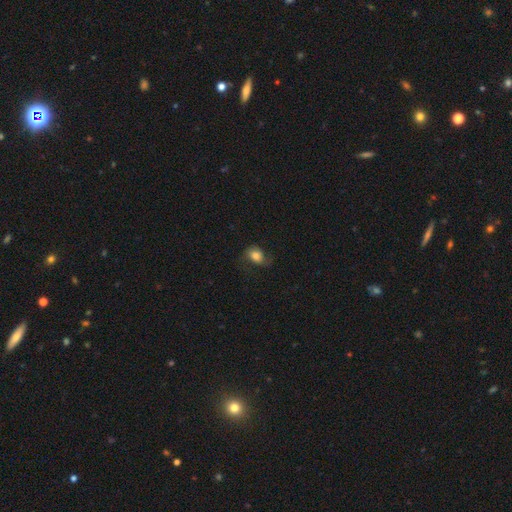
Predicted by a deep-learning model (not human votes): This appears to be a smooth galaxy with no disk features (72%) that is in between round and cigar-shaped (60%). Merging: none (58%).